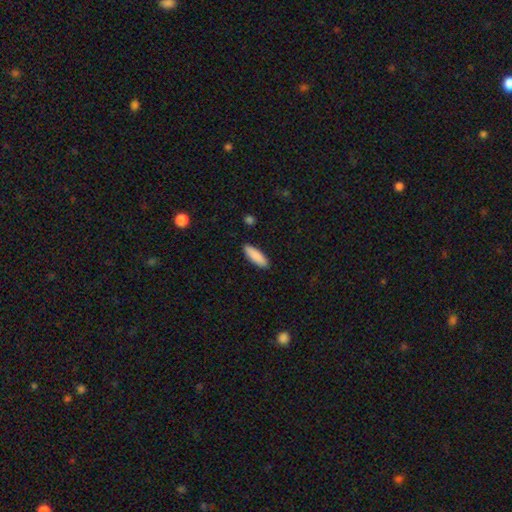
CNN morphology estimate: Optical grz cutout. It shows a smooth galaxy with no disk features (88%) that is in between round and cigar-shaped (51%). Merging: none (90%).